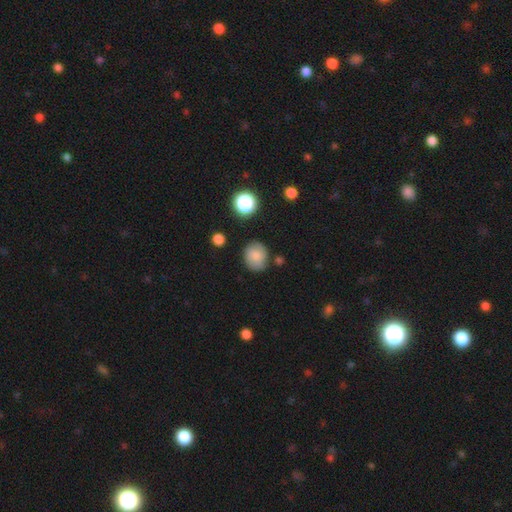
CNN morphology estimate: Smooth or featured?
  - smooth: 76% *
  - featured or disk: 13%
  - star or artifact: 10%
How rounded?
  - round: 64% *
  - in between: 35%
  - cigar-shaped: 1%
Merging?
  - none: 78% *
  - minor disturbance: 15%
  - major disturbance: 4%
  - merger: 3%